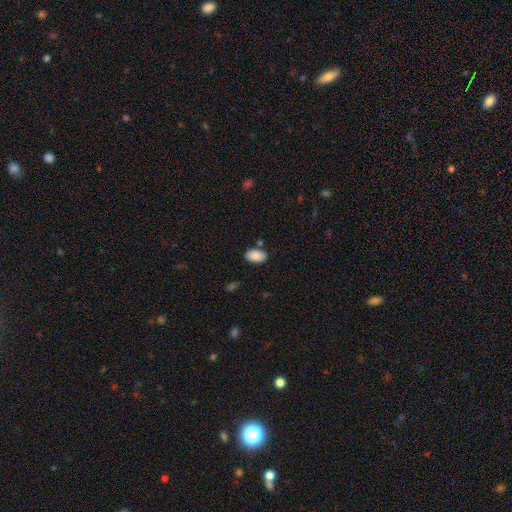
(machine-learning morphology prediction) This is clearly a smooth galaxy (89%). How rounded: clearly in between (94%). Merging: clearly none (81%).